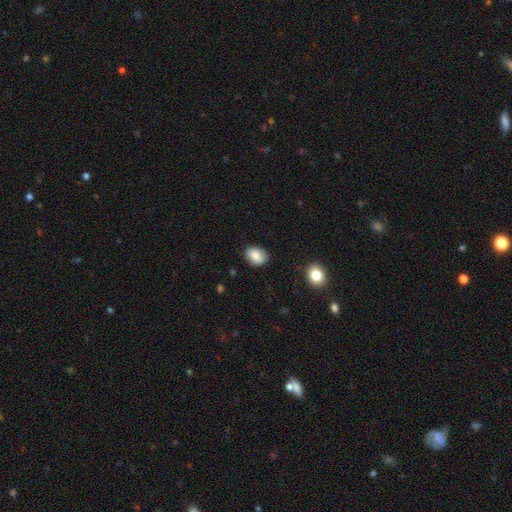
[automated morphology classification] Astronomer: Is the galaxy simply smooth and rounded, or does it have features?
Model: smooth — 84%.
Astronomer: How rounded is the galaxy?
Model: in between — 69%.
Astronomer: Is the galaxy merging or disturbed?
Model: none — 83%.